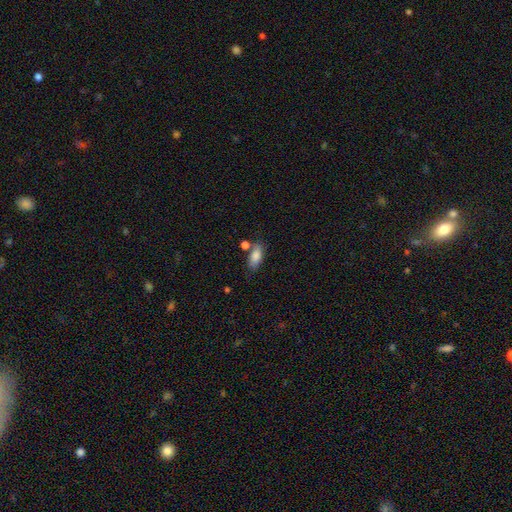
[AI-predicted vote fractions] This is clearly a smooth galaxy (83%). How rounded: clearly in between (84%). Merging: likely none (63%).